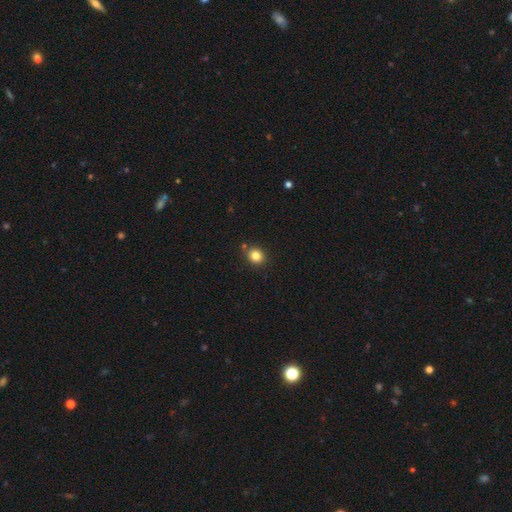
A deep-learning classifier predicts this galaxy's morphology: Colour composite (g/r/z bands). It shows a smooth galaxy with no disk features (83%) that is round (76%). Merging: none (83%).